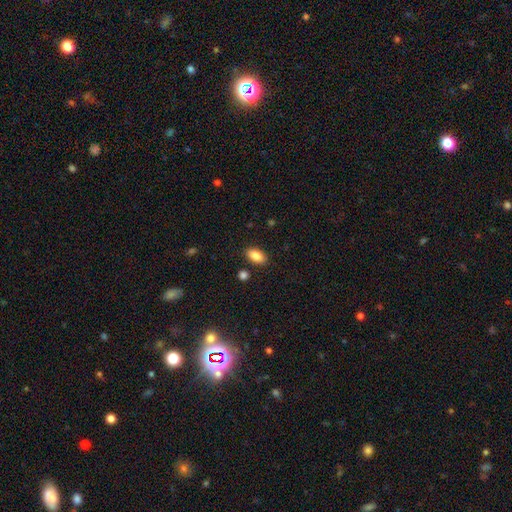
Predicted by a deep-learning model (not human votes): Smooth or featured: smooth — 88% (star or artifact — 8%)
How rounded: in between — 92% (round — 5%)
Merging: none — 86% (minor disturbance — 9%)